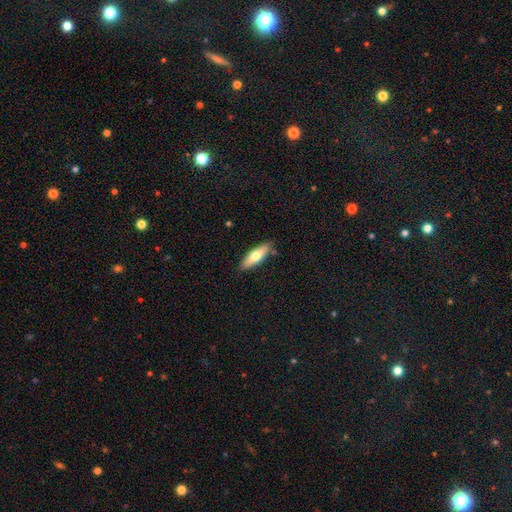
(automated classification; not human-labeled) Q: Smooth or featured?
A: smooth (61%); runner-up: featured or disk (33%)
Q: How rounded?
A: cigar-shaped (52%); runner-up: in between (46%)
Q: Merging?
A: none (84%); runner-up: minor disturbance (11%)